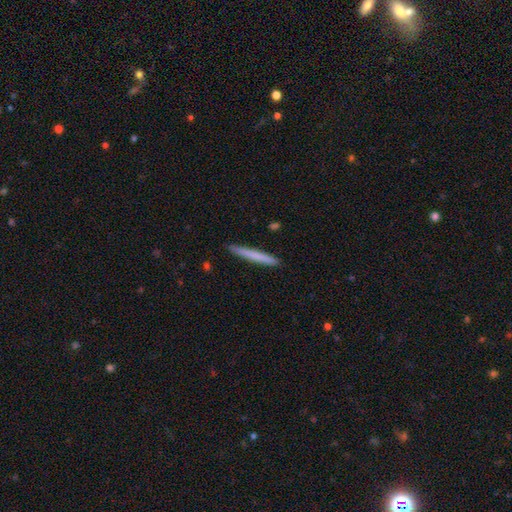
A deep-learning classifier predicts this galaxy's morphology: A smooth galaxy with no disk features (69%) that is cigar-shaped (97%). Merging: none (92%).